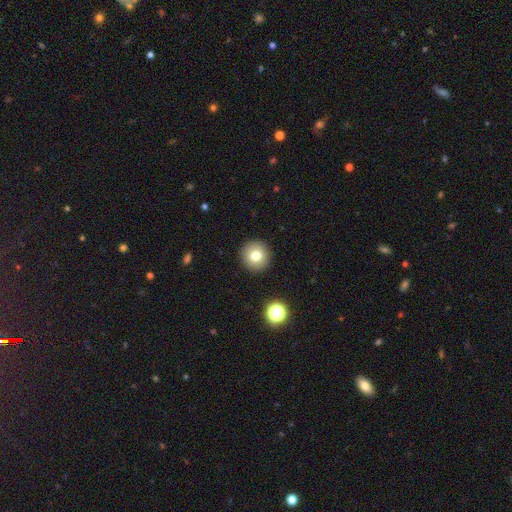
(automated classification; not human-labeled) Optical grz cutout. It shows a smooth galaxy with no disk features (77%) that is round (95%). Merging: none (91%).